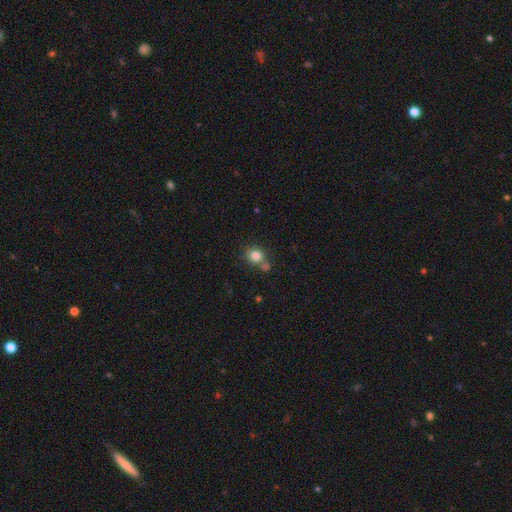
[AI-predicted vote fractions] This is clearly a smooth galaxy (81%). How rounded: likely round (80%). Merging: possibly none (59%).